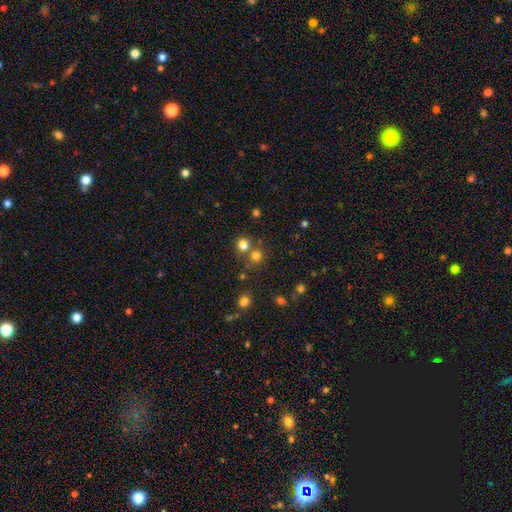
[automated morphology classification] Q: Smooth or featured?
A: smooth (74%); runner-up: star or artifact (19%)
Q: How rounded?
A: round (89%); runner-up: in between (10%)
Q: Merging?
A: none (64%); runner-up: merger (26%)